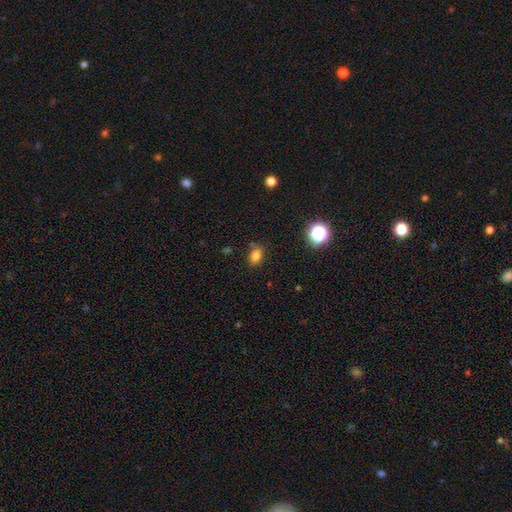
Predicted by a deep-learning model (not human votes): Q: Smooth or featured?
A: smooth (79%); runner-up: star or artifact (14%)
Q: How rounded?
A: in between (77%); runner-up: round (21%)
Q: Merging?
A: none (76%); runner-up: minor disturbance (15%)